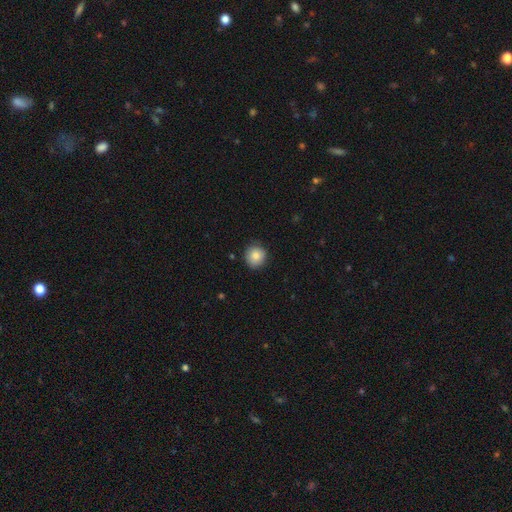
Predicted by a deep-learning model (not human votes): This appears to be a smooth galaxy with no disk features (85%) that is round (91%). Merging: none (86%).